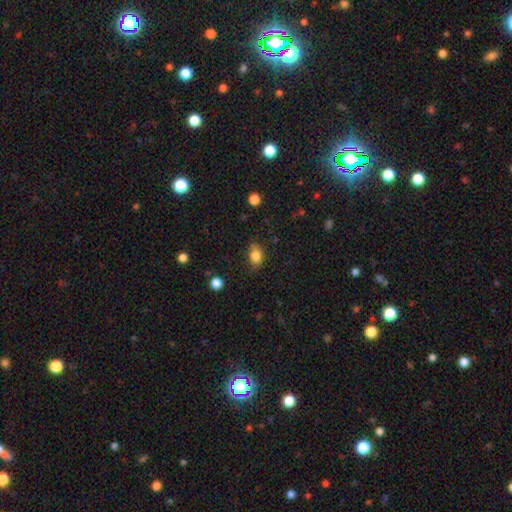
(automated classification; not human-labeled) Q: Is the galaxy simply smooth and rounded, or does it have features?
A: smooth — 84%.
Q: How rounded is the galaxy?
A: in between — 67%.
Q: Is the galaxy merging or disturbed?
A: none — 70%.